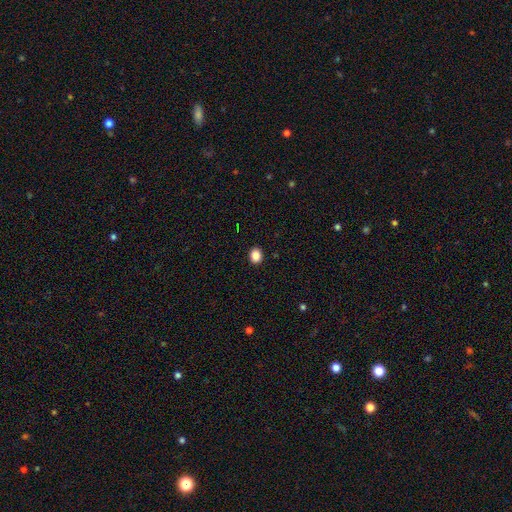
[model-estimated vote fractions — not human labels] Overall: smooth (86%). How rounded: round (54%; in between 46%). Merging: none (92%).